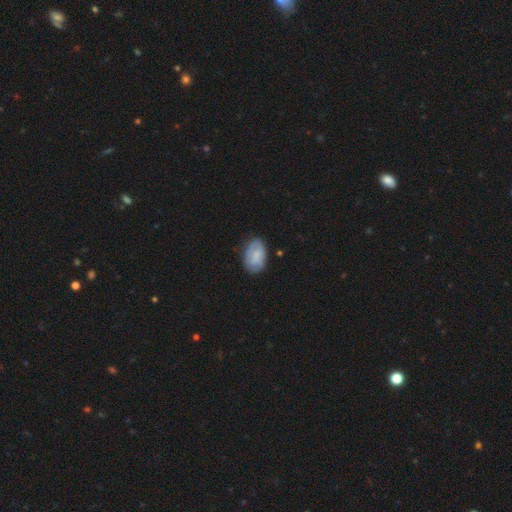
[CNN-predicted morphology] type=smooth (68%); roundness=in between (91%); merging=none (72%).